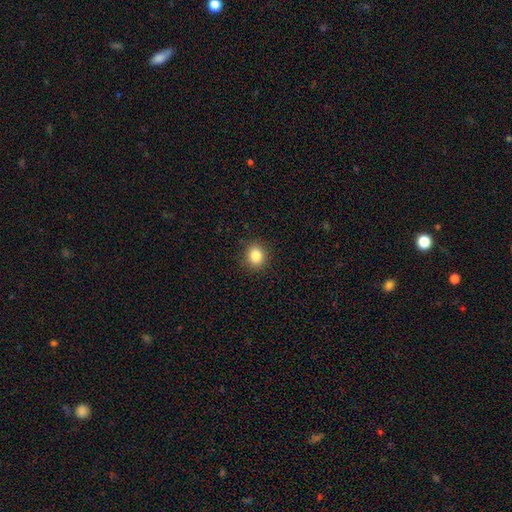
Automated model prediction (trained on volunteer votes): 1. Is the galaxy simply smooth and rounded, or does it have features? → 84% smooth, 11% star or artifact, 5% featured or disk.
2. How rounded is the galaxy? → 78% round, 21% in between, 1% cigar-shaped.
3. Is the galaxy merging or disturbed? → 90% none, 7% minor disturbance, 2% major disturbance, 1% merger.